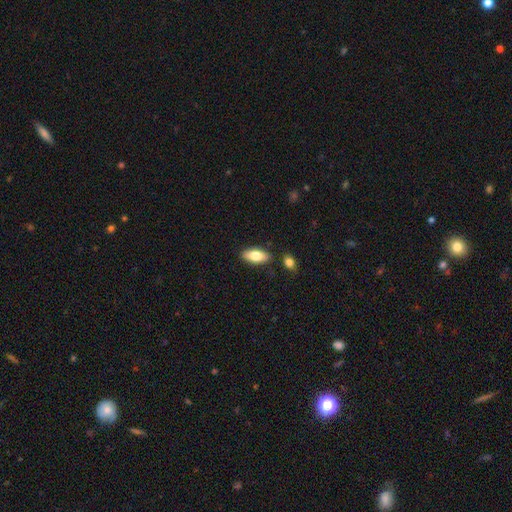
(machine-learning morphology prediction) smooth_or_featured: smooth (p=0.75) [alt: featured or disk p=0.19]
how_rounded: in between (p=0.85) [alt: cigar-shaped p=0.12]
merging: none (p=0.85) [alt: minor disturbance p=0.09]